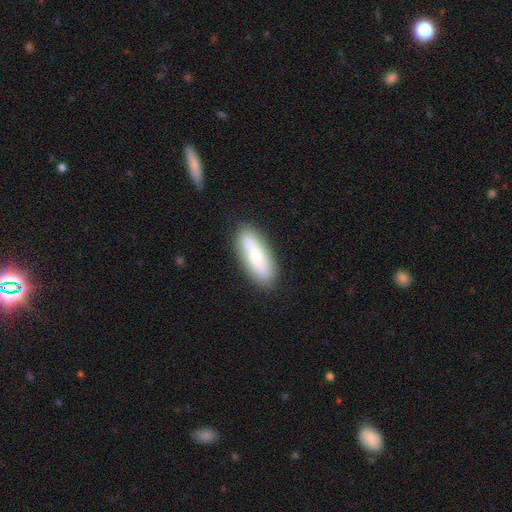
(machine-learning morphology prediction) Q: Smooth or featured?
A: smooth (59%); runner-up: featured or disk (35%)
Q: How rounded?
A: in between (72%); runner-up: cigar-shaped (25%)
Q: Merging?
A: none (86%); runner-up: minor disturbance (10%)